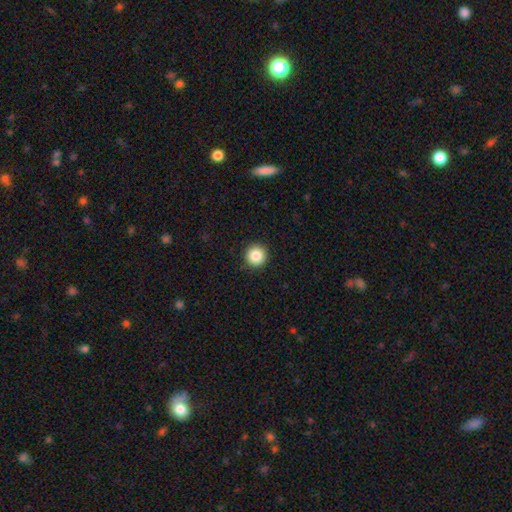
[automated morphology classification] smooth_or_featured: smooth (p=0.86) [alt: star or artifact p=0.10]
how_rounded: round (p=0.96) [alt: in between p=0.03]
merging: none (p=0.92) [alt: minor disturbance p=0.06]